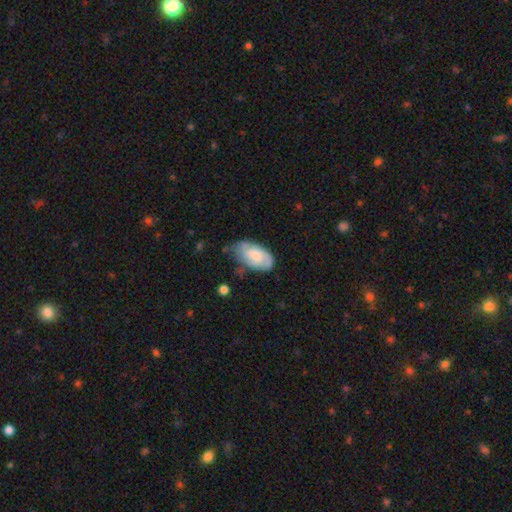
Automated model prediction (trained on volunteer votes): smooth 55%, featured or disk 38%, star or artifact 6%. Down the decision tree: how rounded — in between (93%); merging — none (49%).